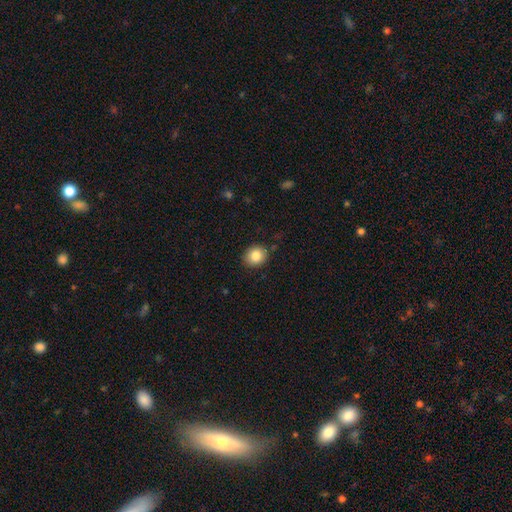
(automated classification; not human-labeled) A smooth galaxy with no disk features (83%) that is round (76%).

Vote fractions:
- Smooth or featured? smooth: 83% / star or artifact: 10% / featured or disk: 8%
- How rounded? round: 76% / in between: 23% / cigar-shaped: 1%
- Merging? none: 88% / minor disturbance: 8% / major disturbance: 2% / merger: 1%